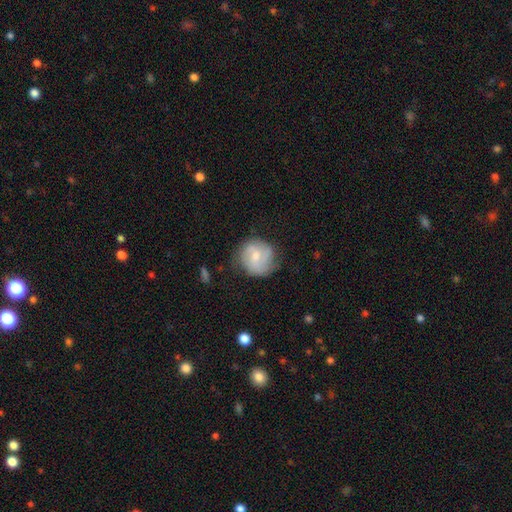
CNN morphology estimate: Smooth or featured? Predicted: featured or disk (p=0.50). Merging? Predicted: none (p=0.66).